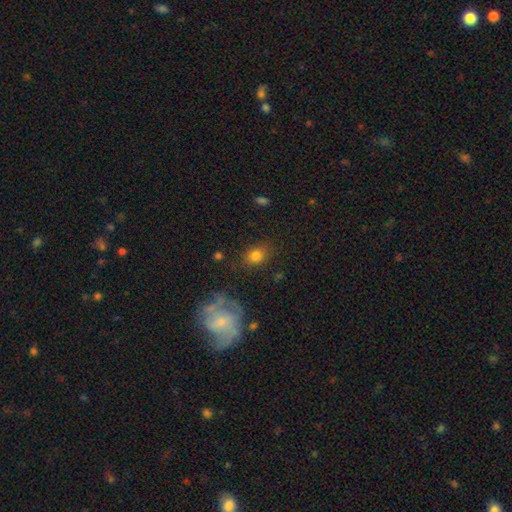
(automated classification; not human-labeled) smooth 77%, featured or disk 11%, star or artifact 11%. Down the decision tree: how rounded — round (52%); merging — none (78%).